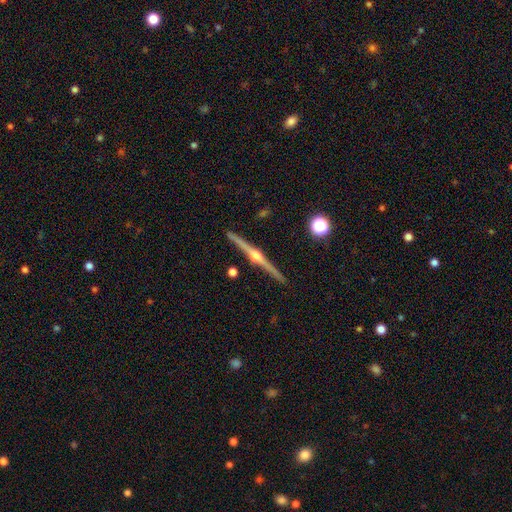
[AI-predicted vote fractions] Morphology: type=featured or disk (89%); edge-on=yes (99%); edge-on bulge=rounded (95%); merging=none (93%).